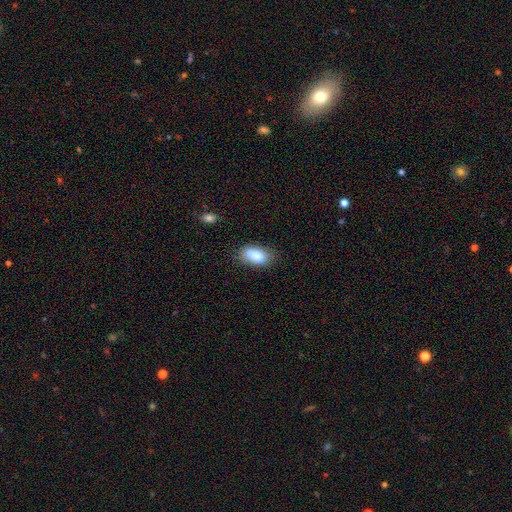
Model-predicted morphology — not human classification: A smooth galaxy with no disk features (84%) that is in between round and cigar-shaped (89%).

Vote fractions:
- Smooth or featured? smooth: 84% / featured or disk: 9% / star or artifact: 8%
- How rounded? in between: 89% / cigar-shaped: 6% / round: 5%
- Merging? none: 67% / minor disturbance: 25% / major disturbance: 6% / merger: 3%